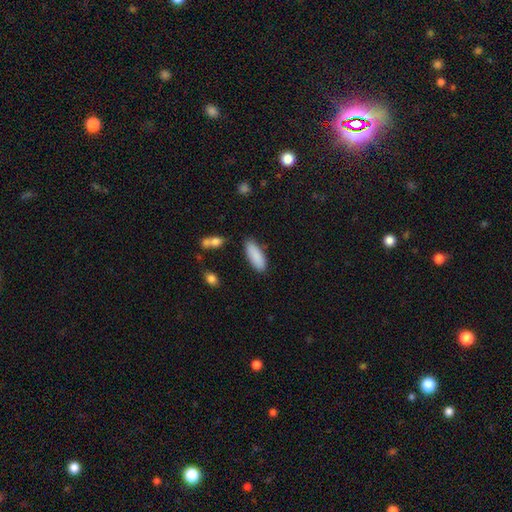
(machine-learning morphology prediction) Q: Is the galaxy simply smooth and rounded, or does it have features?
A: smooth — 89%.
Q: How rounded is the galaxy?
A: in between — 67%.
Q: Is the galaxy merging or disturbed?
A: none — 84%.